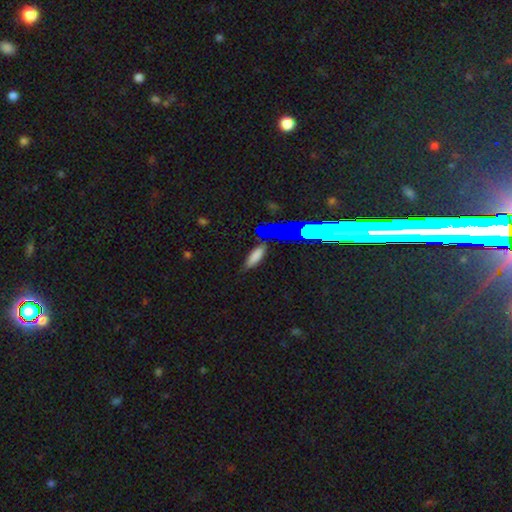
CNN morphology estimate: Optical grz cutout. It shows a smooth galaxy with no disk features (74%) that is in between round and cigar-shaped (57%). Merging: none (75%).